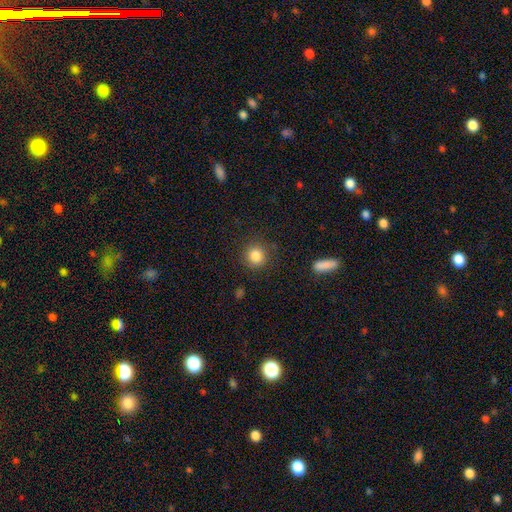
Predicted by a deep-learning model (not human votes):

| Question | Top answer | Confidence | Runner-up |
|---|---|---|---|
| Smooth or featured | smooth | 84% | star or artifact (11%) |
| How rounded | round | 91% | in between (8%) |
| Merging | none | 87% | minor disturbance (8%) |